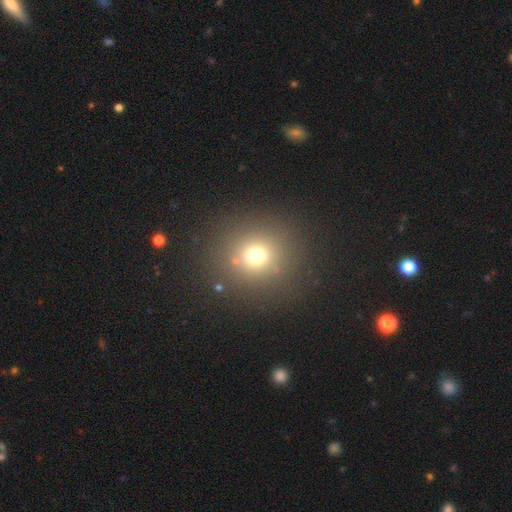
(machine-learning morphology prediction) Smooth or featured? Predicted: smooth (p=0.69). How rounded? Predicted: round (p=0.87). Merging? Predicted: none (p=0.84).